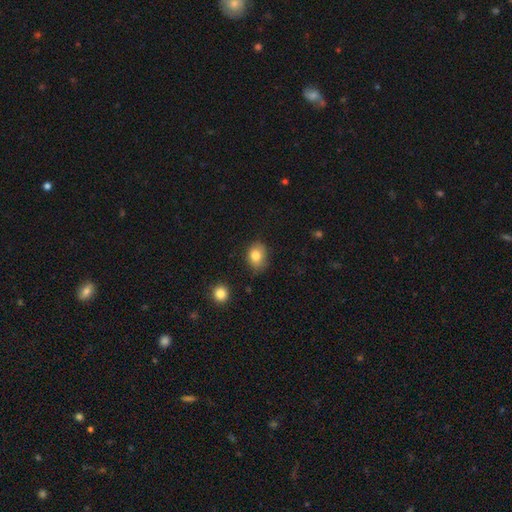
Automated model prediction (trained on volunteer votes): A smooth galaxy with no disk features (81%) that is in between round and cigar-shaped (62%).

Vote fractions:
- Smooth or featured? smooth: 81% / featured or disk: 10% / star or artifact: 9%
- How rounded? in between: 62% / round: 37% / cigar-shaped: 1%
- Merging? none: 74% / minor disturbance: 21% / major disturbance: 4% / merger: 2%